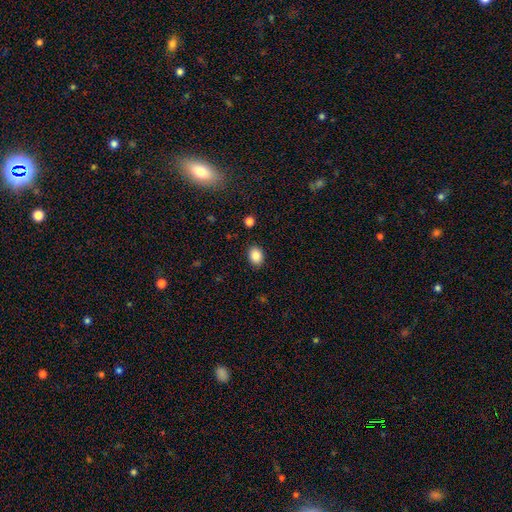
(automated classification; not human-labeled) Q: Smooth or featured?
A: smooth (87%); runner-up: star or artifact (9%)
Q: How rounded?
A: in between (68%); runner-up: round (31%)
Q: Merging?
A: none (89%); runner-up: minor disturbance (8%)